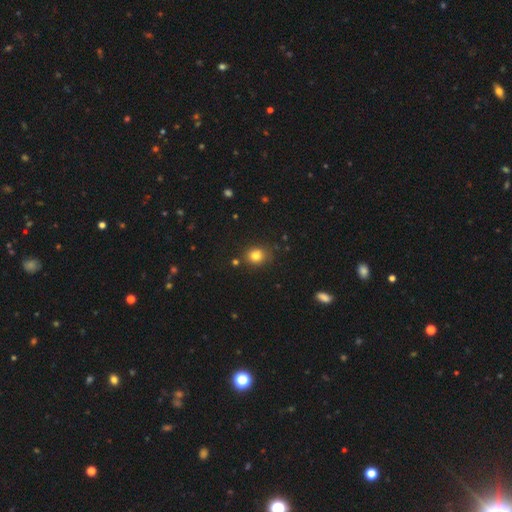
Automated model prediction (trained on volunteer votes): Q: Smooth or featured?
A: smooth (80%); runner-up: star or artifact (13%)
Q: How rounded?
A: round (75%); runner-up: in between (24%)
Q: Merging?
A: none (79%); runner-up: minor disturbance (13%)